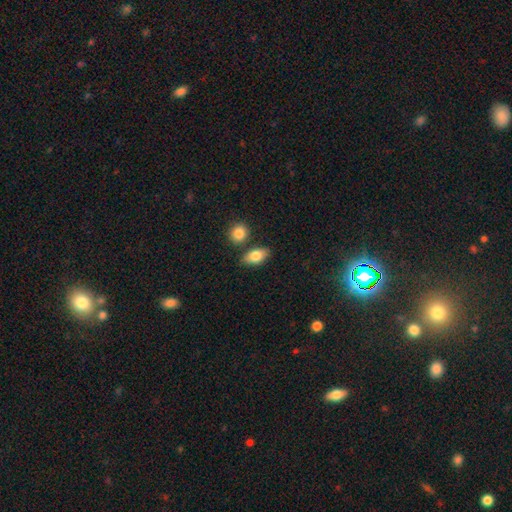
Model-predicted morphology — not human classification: This appears to be a smooth galaxy with no disk features (79%) that is in between round and cigar-shaped (87%). Merging: none (74%).